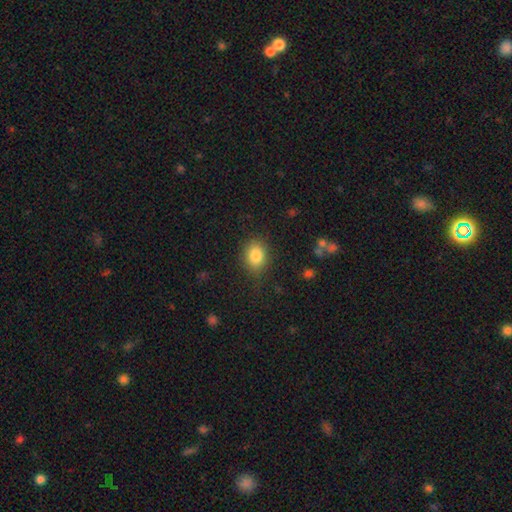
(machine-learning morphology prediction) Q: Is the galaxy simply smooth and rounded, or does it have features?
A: smooth — 84%.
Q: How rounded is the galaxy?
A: in between — 54%.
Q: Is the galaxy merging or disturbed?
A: none — 81%.